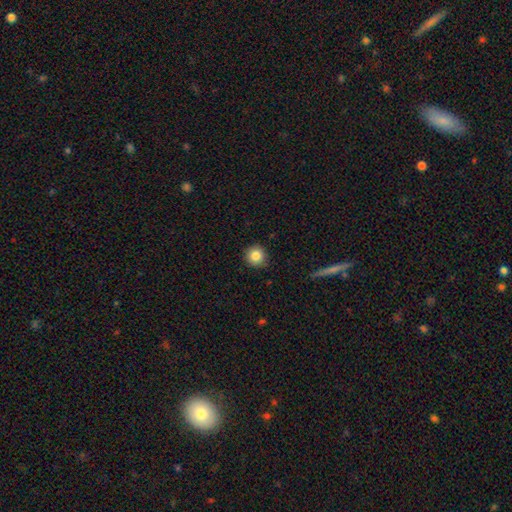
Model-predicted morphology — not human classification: This appears to be a smooth galaxy with no disk features (84%) that is round (95%). Merging: none (91%).